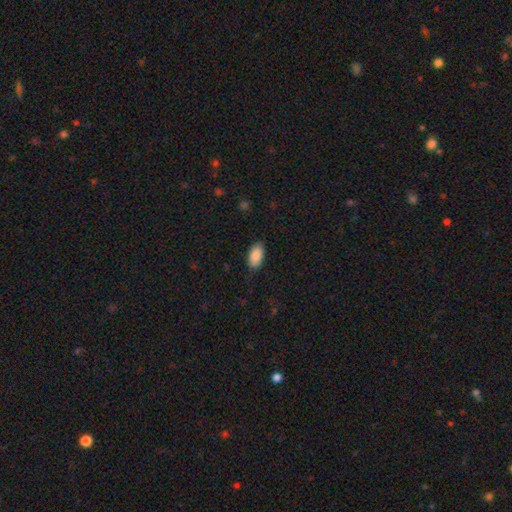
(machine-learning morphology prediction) A smooth galaxy with no disk features (89%) that is in between round and cigar-shaped (94%).

Vote fractions:
- Smooth or featured? smooth: 89% / star or artifact: 6% / featured or disk: 4%
- How rounded? in between: 94% / cigar-shaped: 3% / round: 3%
- Merging? none: 83% / minor disturbance: 13% / major disturbance: 3% / merger: 1%